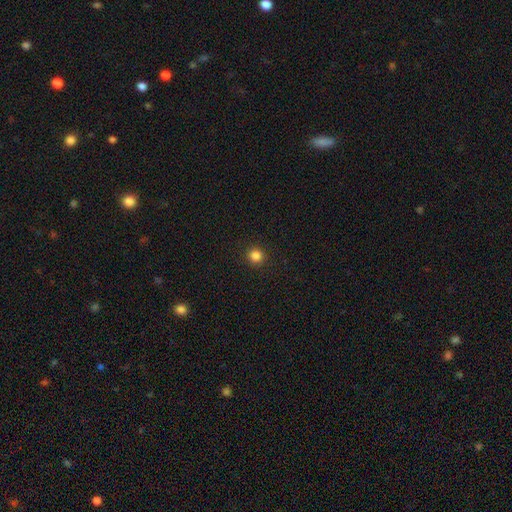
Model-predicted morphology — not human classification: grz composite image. It shows a smooth galaxy with no disk features (85%) that is round (94%). Merging: none (93%).